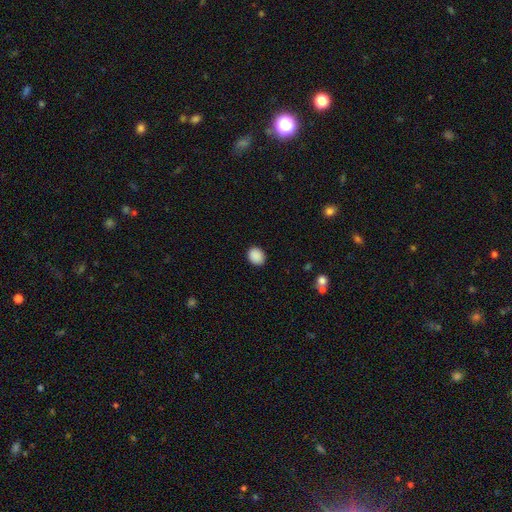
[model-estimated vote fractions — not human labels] This appears to be a smooth galaxy with no disk features (89%) that is round (63%). Merging: none (90%).